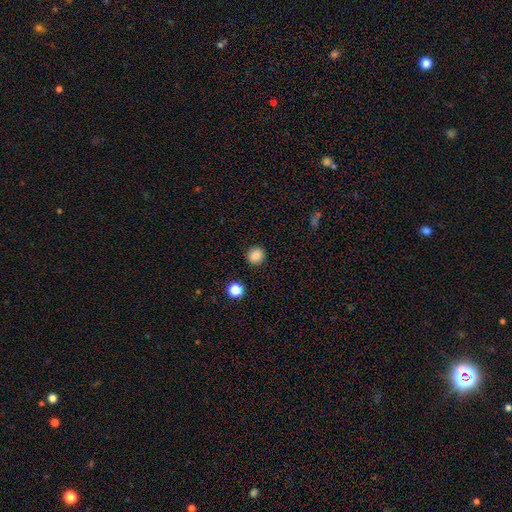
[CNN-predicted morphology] A smooth galaxy with no disk features (85%) that is round (92%).

Vote fractions:
- Smooth or featured? smooth: 85% / star or artifact: 11% / featured or disk: 4%
- How rounded? round: 92% / in between: 7% / cigar-shaped: 1%
- Merging? none: 92% / minor disturbance: 5% / major disturbance: 2% / merger: 1%